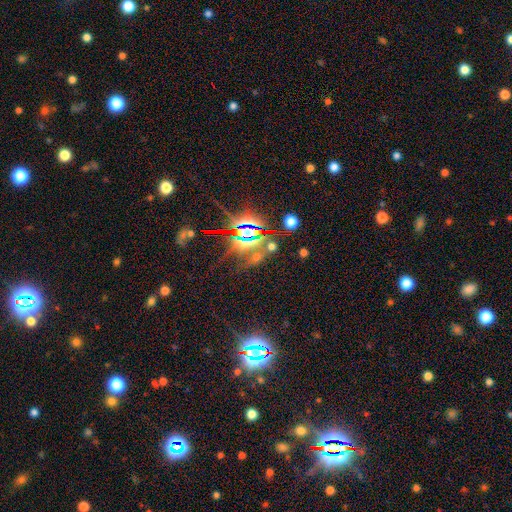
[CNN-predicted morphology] star or artifact 80%, featured or disk 10%, smooth 10%.